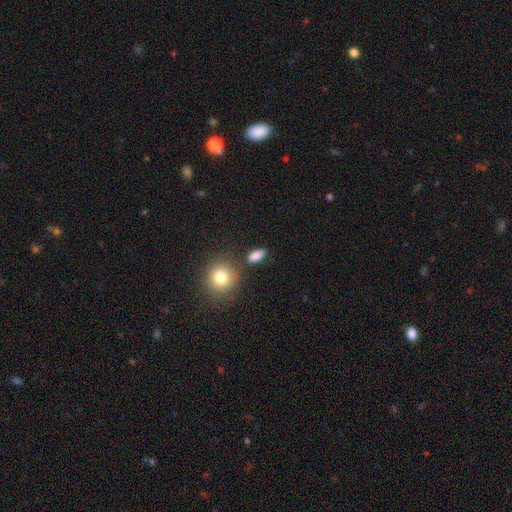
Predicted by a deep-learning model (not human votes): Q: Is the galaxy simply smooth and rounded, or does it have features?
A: smooth — 85%.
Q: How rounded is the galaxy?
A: in between — 81%.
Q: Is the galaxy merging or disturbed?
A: none — 78%.